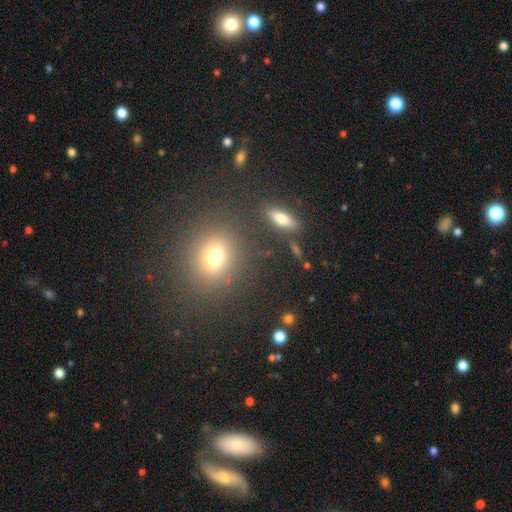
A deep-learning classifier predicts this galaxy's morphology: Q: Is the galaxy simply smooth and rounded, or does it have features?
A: smooth — 58%.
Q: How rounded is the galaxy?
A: round — 66%.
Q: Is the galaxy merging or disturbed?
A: none — 81%.